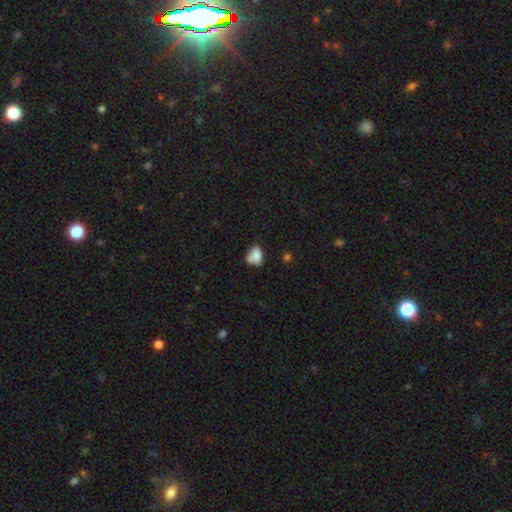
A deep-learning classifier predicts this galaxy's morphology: Q: Smooth or featured?
A: smooth (78%); runner-up: featured or disk (13%)
Q: How rounded?
A: in between (78%); runner-up: round (20%)
Q: Merging?
A: none (37%); runner-up: merger (33%)